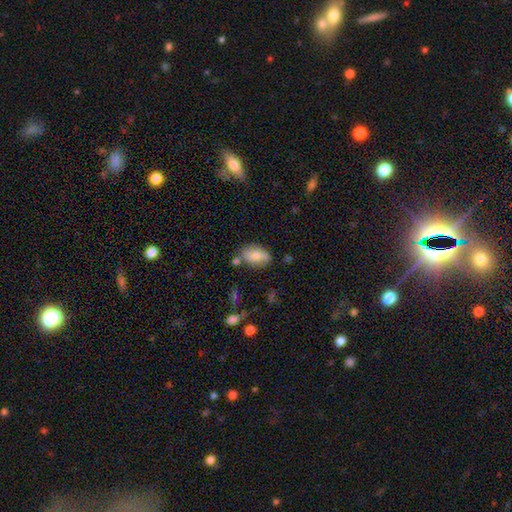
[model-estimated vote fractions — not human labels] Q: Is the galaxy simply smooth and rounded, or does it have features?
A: smooth — 76%.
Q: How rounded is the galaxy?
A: in between — 90%.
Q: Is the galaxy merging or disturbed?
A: none — 71%.